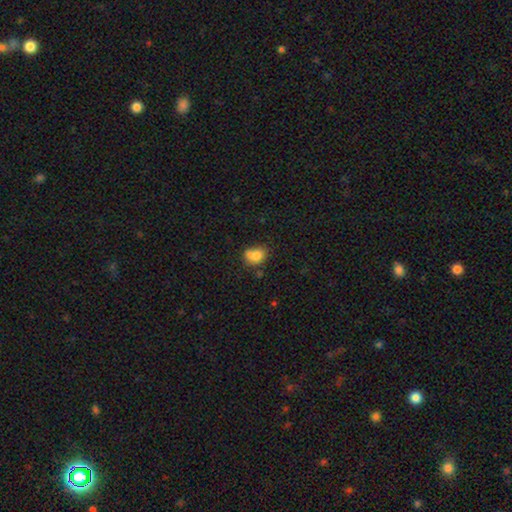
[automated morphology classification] This appears to be a smooth galaxy with no disk features (79%) that is in between round and cigar-shaped (57%). Merging: none (47%).